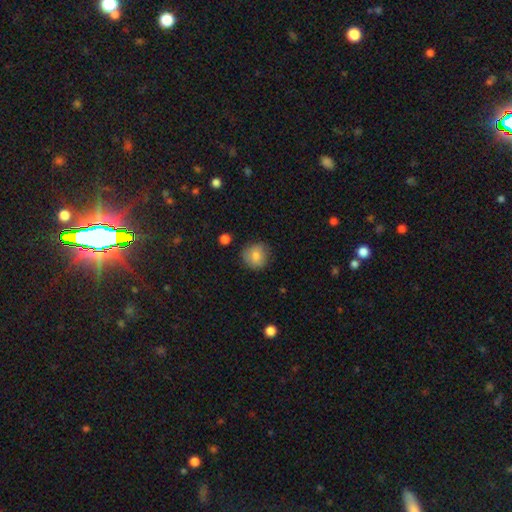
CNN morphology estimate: Overall: smooth (81%). How rounded: round (88%). Merging: none (79%).